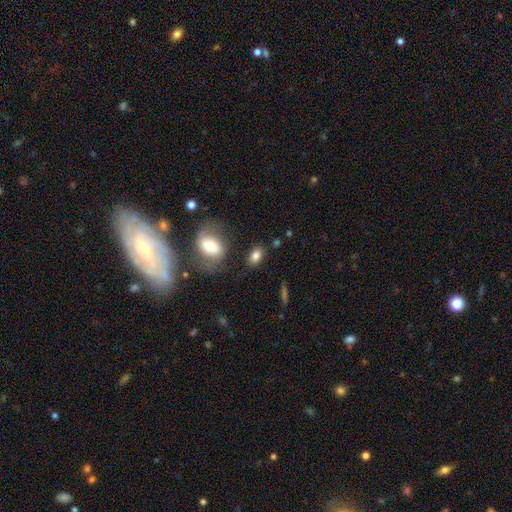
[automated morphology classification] Smooth or featured? Predicted: smooth (p=0.82). How rounded? Predicted: in between (p=0.87). Merging? Predicted: none (p=0.78).